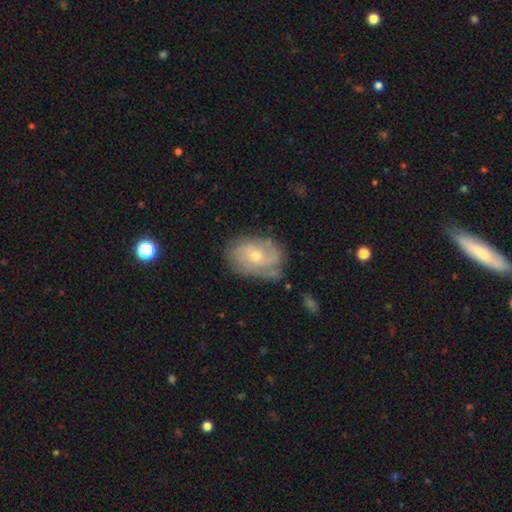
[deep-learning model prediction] This appears to be a featured or disk galaxy (72%) with no bar (70%), 2 (41%) tight (45%) spiral arms (89%) and a small central bulge (50%). Merging: none (66%).